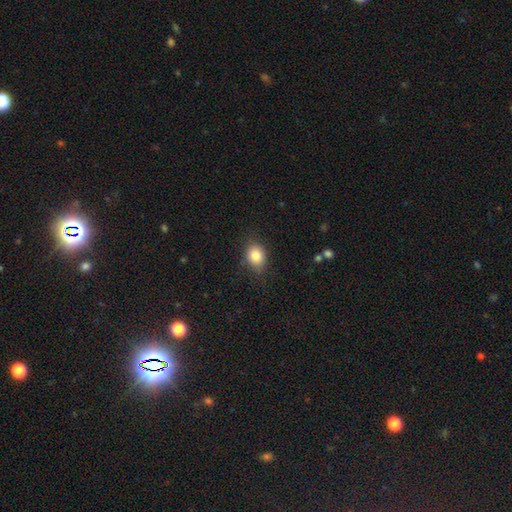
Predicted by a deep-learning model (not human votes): smooth 83%, star or artifact 10%, featured or disk 8%. Down the decision tree: how rounded — in between (52%); merging — none (78%).